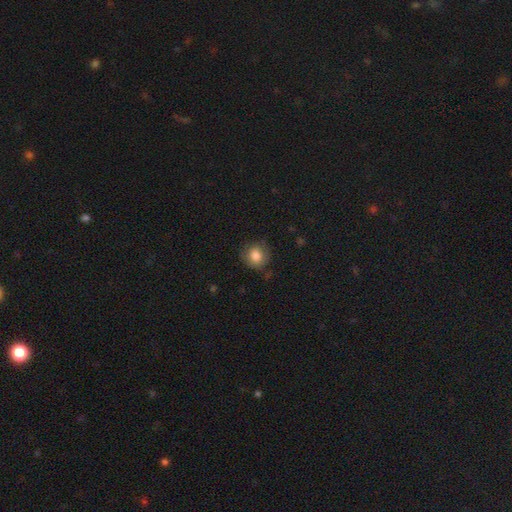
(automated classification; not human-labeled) A smooth galaxy with no disk features (83%) that is round (85%). Merging: none (80%).